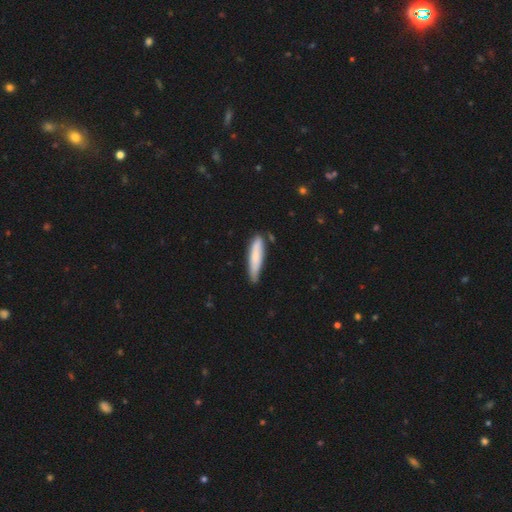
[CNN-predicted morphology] type=smooth (73%); roundness=cigar-shaped (83%); merging=none (67%).